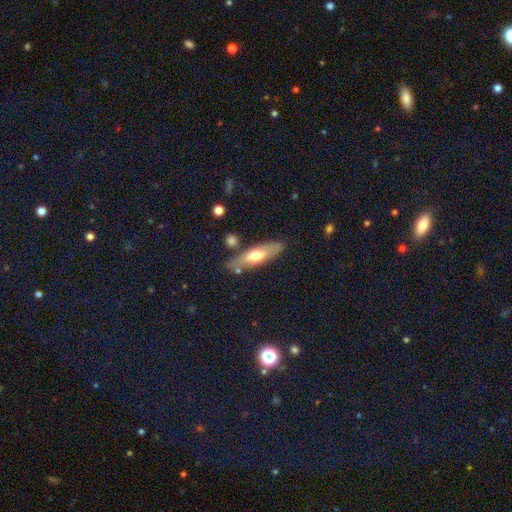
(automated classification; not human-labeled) Overall: smooth (53%; featured or disk 41%). How rounded: cigar-shaped (55%; in between 43%). Merging: none (78%).